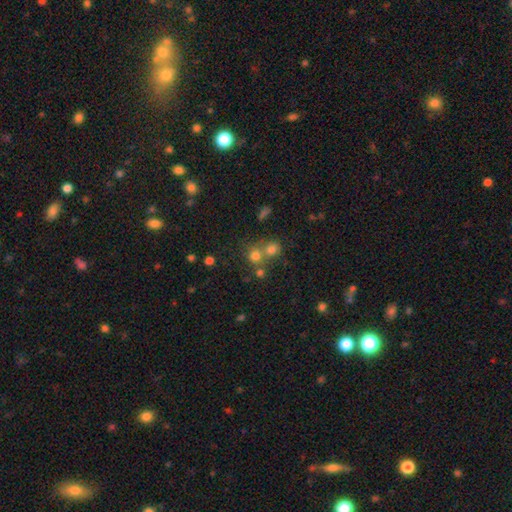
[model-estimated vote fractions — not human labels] Smooth or featured? Predicted: smooth (p=0.72). How rounded? Predicted: round (p=0.86). Merging? Predicted: none (p=0.51).